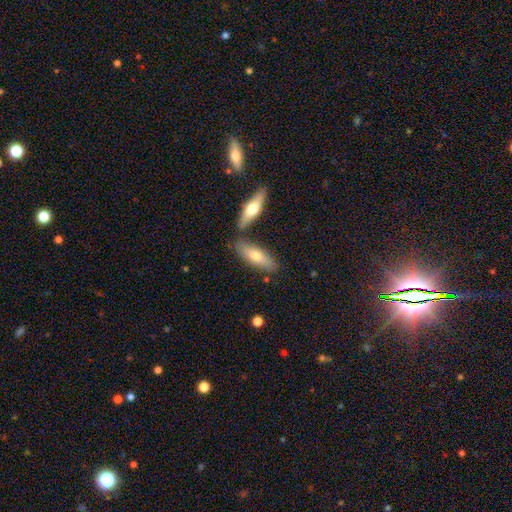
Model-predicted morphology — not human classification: The model was most divided on "how rounded": in between: 54%, cigar-shaped: 44%, round: 2%. More confident: merging — none (69%); smooth or featured — smooth (64%).